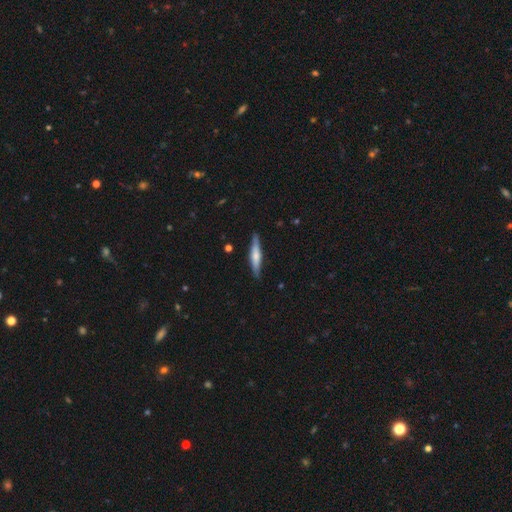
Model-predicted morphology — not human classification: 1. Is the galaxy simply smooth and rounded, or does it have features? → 51% smooth, 44% featured or disk, 6% star or artifact.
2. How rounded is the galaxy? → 88% cigar-shaped, 10% in between, 2% round.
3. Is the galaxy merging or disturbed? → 87% none, 10% minor disturbance, 2% major disturbance, 1% merger.